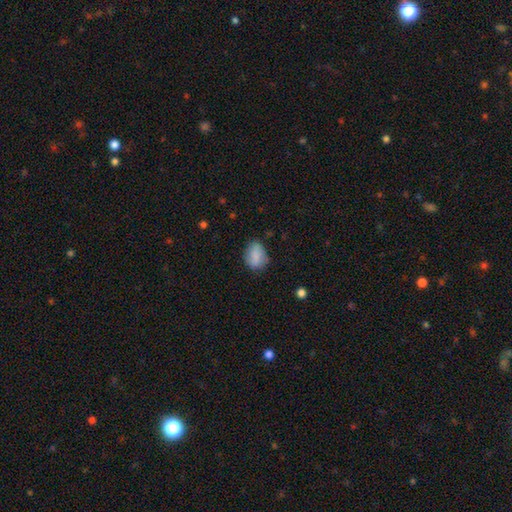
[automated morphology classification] This is clearly a smooth galaxy (82%). How rounded: likely in between (68%). Merging: likely none (74%).